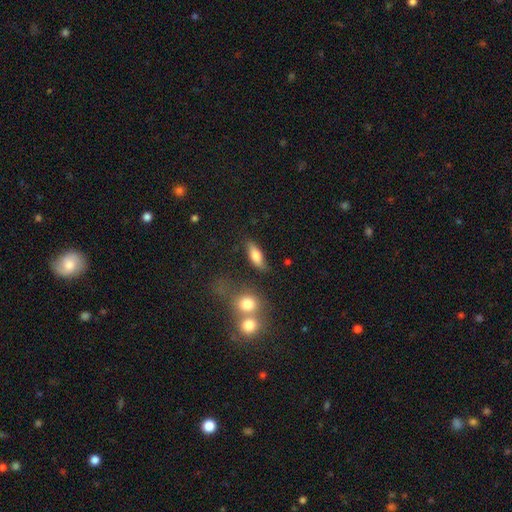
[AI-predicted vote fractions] Q: Smooth or featured?
A: smooth (71%); runner-up: featured or disk (21%)
Q: How rounded?
A: in between (64%); runner-up: cigar-shaped (30%)
Q: Merging?
A: none (67%); runner-up: minor disturbance (17%)